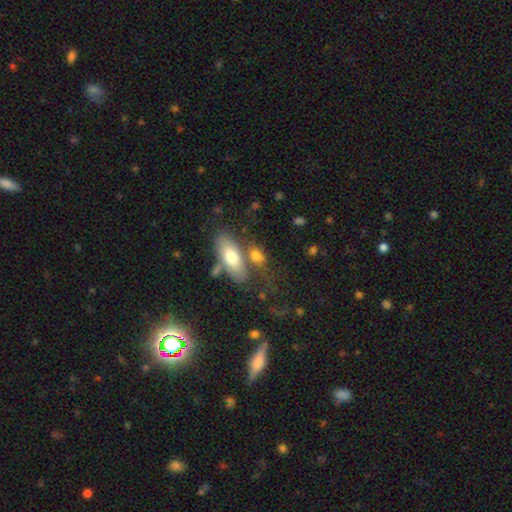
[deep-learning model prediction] Smooth or featured?
  - smooth: 71% *
  - featured or disk: 21%
  - star or artifact: 9%
How rounded?
  - in between: 74% *
  - cigar-shaped: 16%
  - round: 10%
Merging?
  - none: 47% *
  - merger: 29%
  - minor disturbance: 15%
  - major disturbance: 9%